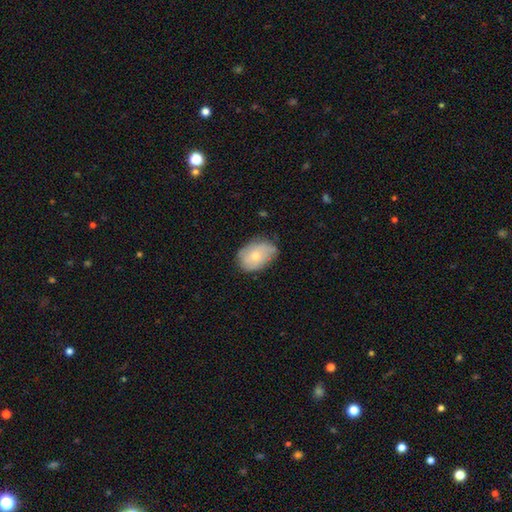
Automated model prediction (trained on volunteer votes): This appears to be a smooth galaxy with no disk features (65%) that is in between round and cigar-shaped (79%). Merging: none (62%).